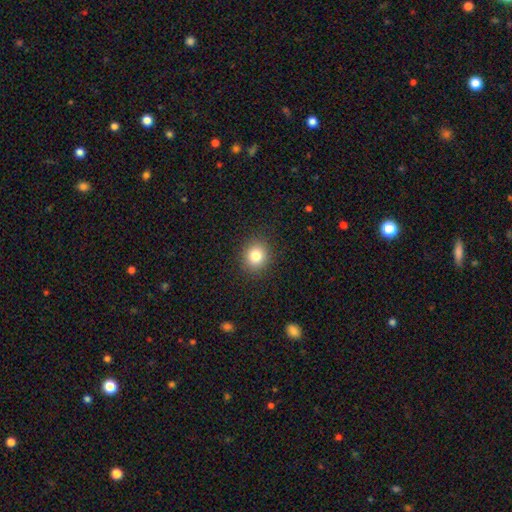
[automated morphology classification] smooth 82%, star or artifact 11%, featured or disk 7%. Down the decision tree: how rounded — round (81%); merging — none (90%).